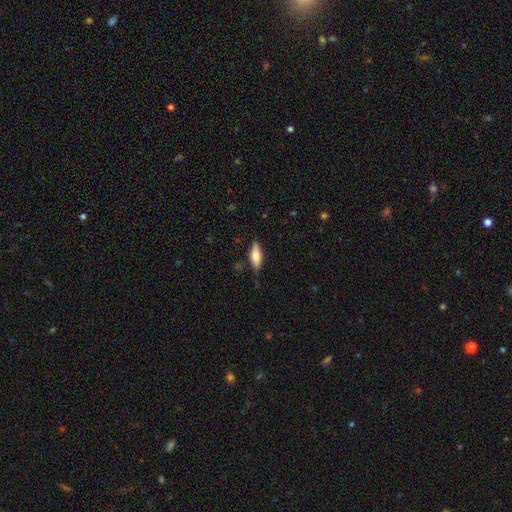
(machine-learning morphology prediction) smooth-or-featured: smooth: 66% | featured or disk: 28% | star or artifact: 6%
  how-rounded: in between: 67% | cigar-shaped: 31% | round: 2%
  merging: none: 78% | minor disturbance: 17% | major disturbance: 3% | merger: 2%